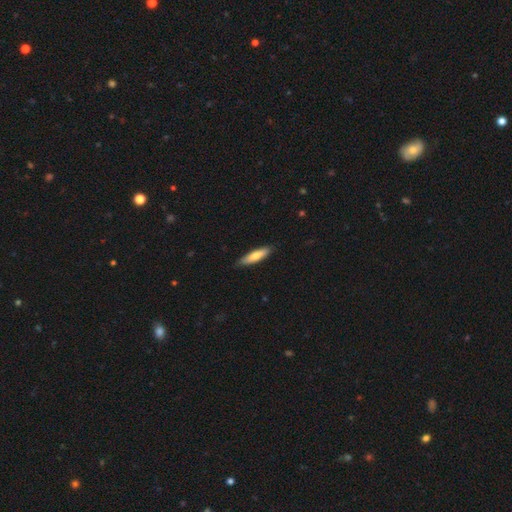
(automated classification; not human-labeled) smooth 76%, featured or disk 19%, star or artifact 5%. Down the decision tree: how rounded — cigar-shaped (74%); merging — none (85%).